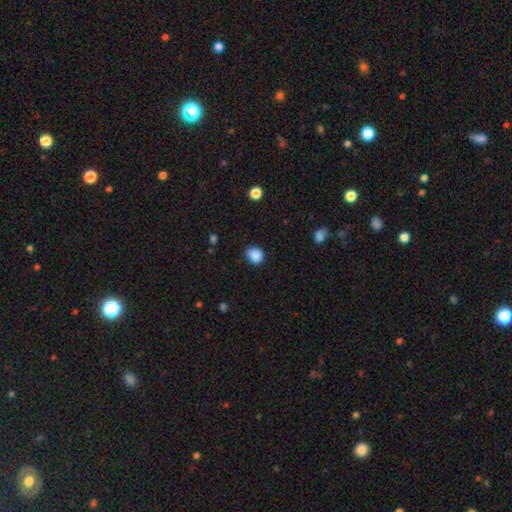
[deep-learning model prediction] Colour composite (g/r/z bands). It shows a smooth galaxy with no disk features (87%) that is round (64%). Merging: none (72%).